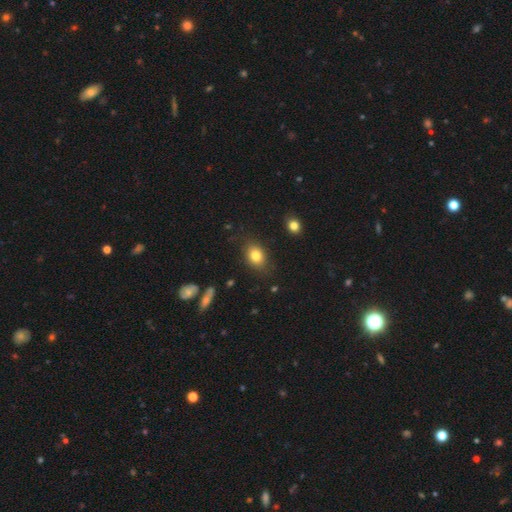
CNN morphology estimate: Smooth or featured? smooth (80%)
How rounded? in between (68%)
Merging? none (82%)